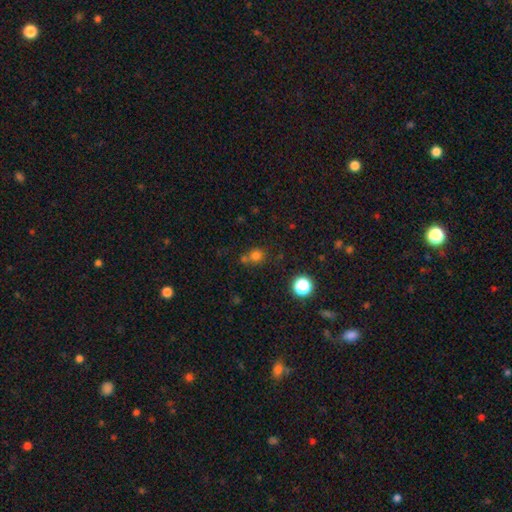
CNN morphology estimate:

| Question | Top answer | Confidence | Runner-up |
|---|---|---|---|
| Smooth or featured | smooth | 73% | star or artifact (19%) |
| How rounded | round | 86% | in between (13%) |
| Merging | none | 57% | merger (29%) |